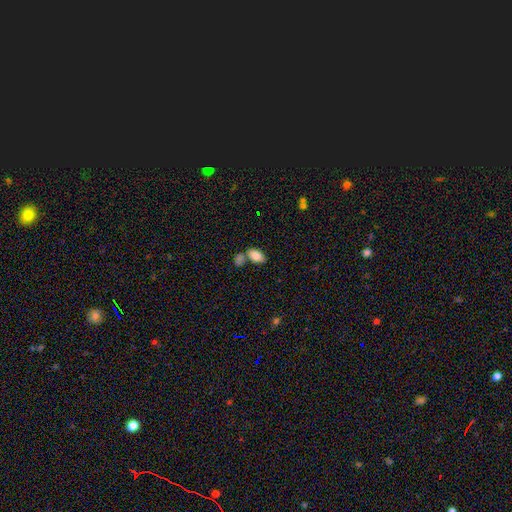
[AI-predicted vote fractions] This is clearly a smooth galaxy (84%). How rounded: clearly in between (93%). Merging: possibly none (55%).